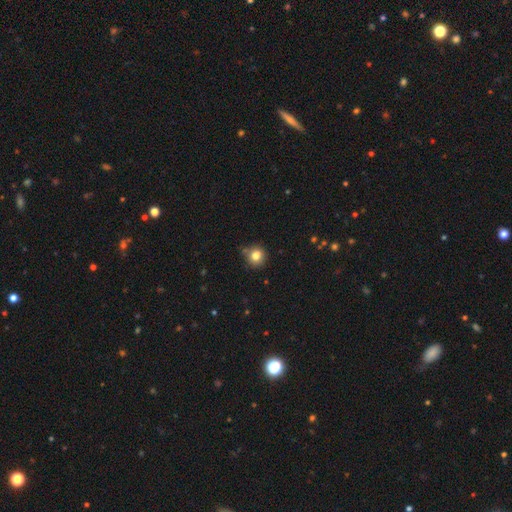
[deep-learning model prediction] Morphology: type=smooth (81%); roundness=round (89%); merging=none (78%).